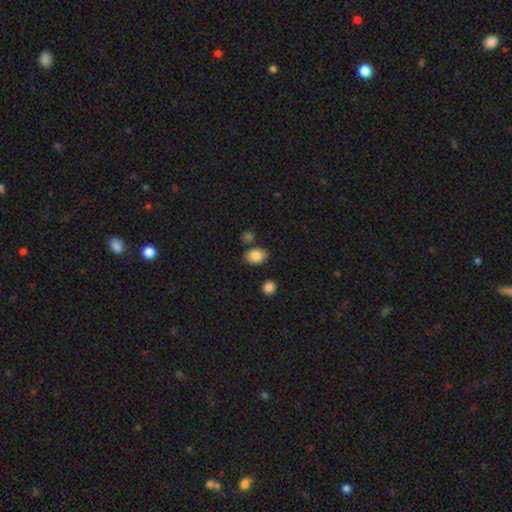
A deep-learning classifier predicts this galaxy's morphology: This appears to be a smooth galaxy with no disk features (86%) that is in between round and cigar-shaped (75%). Merging: none (76%).